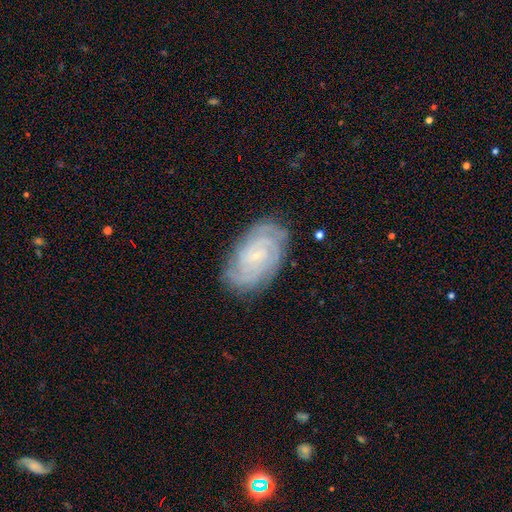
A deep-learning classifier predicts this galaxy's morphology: The model was most divided on "spiral arm count" (2-way tie): 3: 22%, 2: 22%, 4: 21%, can't tell: 21%, more than 4: 8%, 1: 7%. More confident: spiral arms — yes (98%); edge-on disk — no (97%); smooth or featured — featured or disk (87%); bulge size — small (85%); merging — none (83%); spiral winding — tight (79%); bar — no (65%).